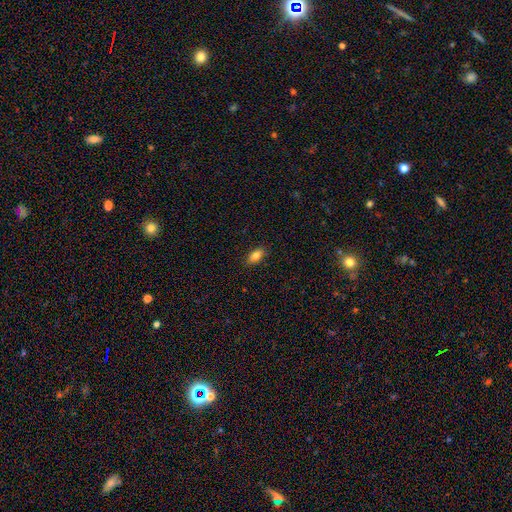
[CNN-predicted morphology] A smooth galaxy with no disk features (84%) that is in between round and cigar-shaped (90%).

Vote fractions:
- Smooth or featured? smooth: 84% / star or artifact: 8% / featured or disk: 8%
- How rounded? in between: 90% / cigar-shaped: 5% / round: 5%
- Merging? none: 88% / minor disturbance: 9% / major disturbance: 2% / merger: 1%